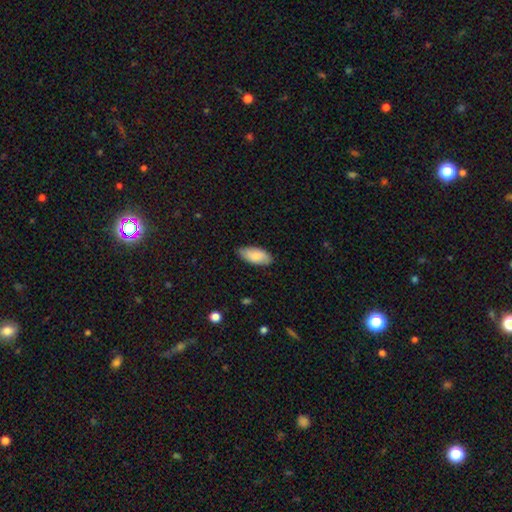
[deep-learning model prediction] The model was most divided on "smooth or featured": smooth: 81%, featured or disk: 13%, star or artifact: 6%. More confident: how rounded — in between (92%); merging — none (83%).